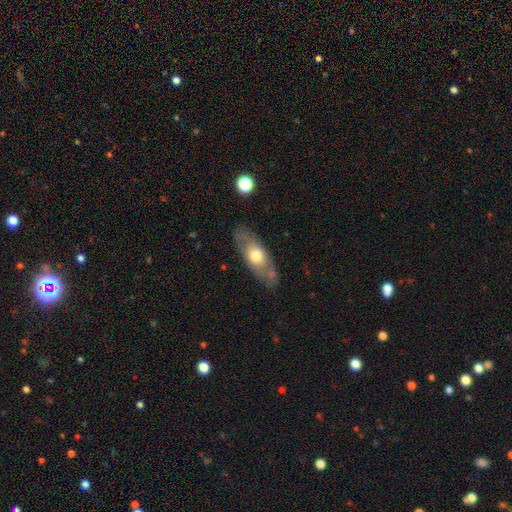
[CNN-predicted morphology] Overall: smooth (56%; featured or disk 38%). How rounded: in between (74%). Merging: none (77%).